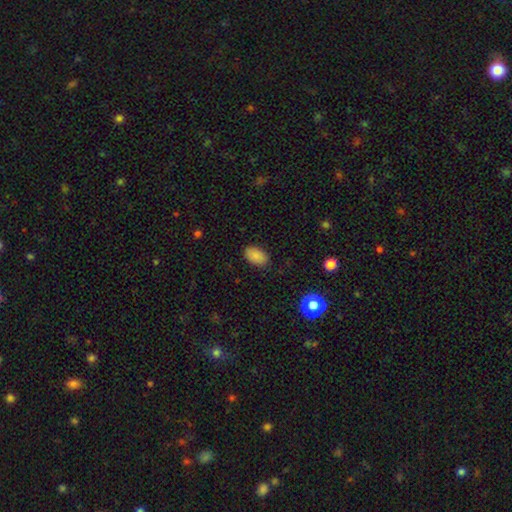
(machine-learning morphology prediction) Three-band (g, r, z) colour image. It shows a smooth galaxy with no disk features (86%) that is in between round and cigar-shaped (92%). Merging: none (86%).